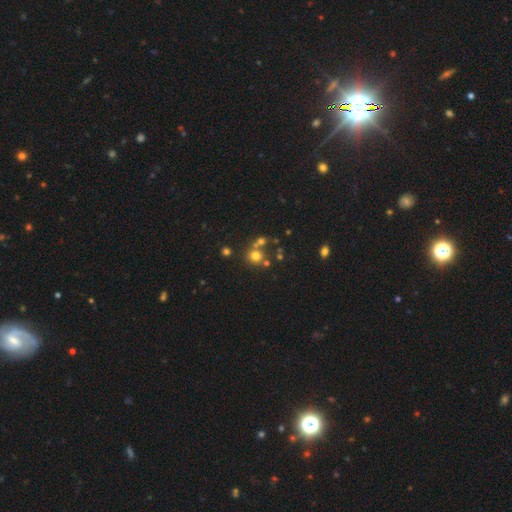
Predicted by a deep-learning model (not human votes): A smooth galaxy with no disk features (69%) that is round (86%).

Vote fractions:
- Smooth or featured? smooth: 69% / star or artifact: 19% / featured or disk: 12%
- How rounded? round: 86% / in between: 13% / cigar-shaped: 1%
- Merging? none: 58% / merger: 30% / minor disturbance: 8% / major disturbance: 4%